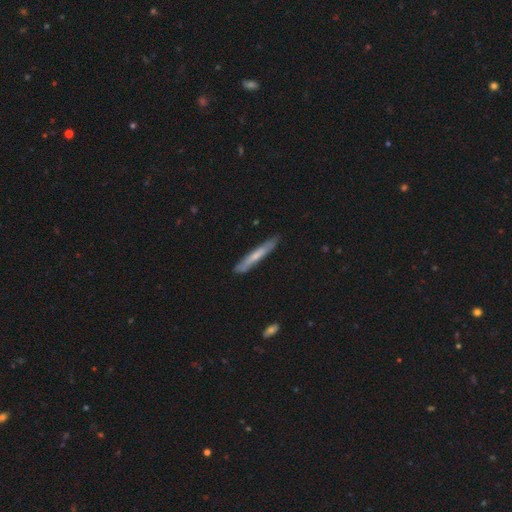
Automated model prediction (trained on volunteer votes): Smooth or featured: smooth — 57% (featured or disk — 38%)
How rounded: cigar-shaped — 95% (in between — 4%)
Merging: none — 84% (minor disturbance — 13%)